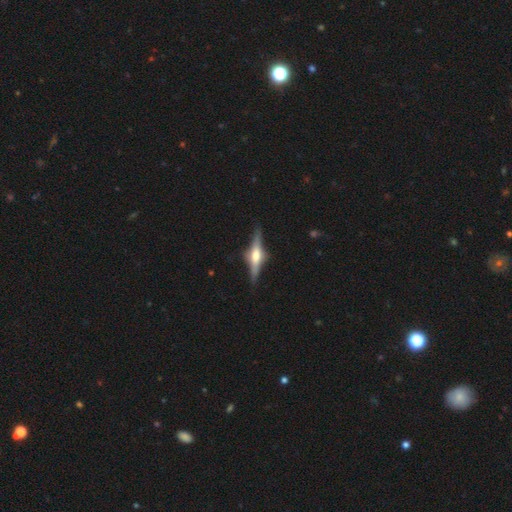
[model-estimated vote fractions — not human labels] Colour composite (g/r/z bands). It shows a featured or disk galaxy (74%) viewed edge-on (97%) with a rounded central bulge (83%). Merging: none (85%).